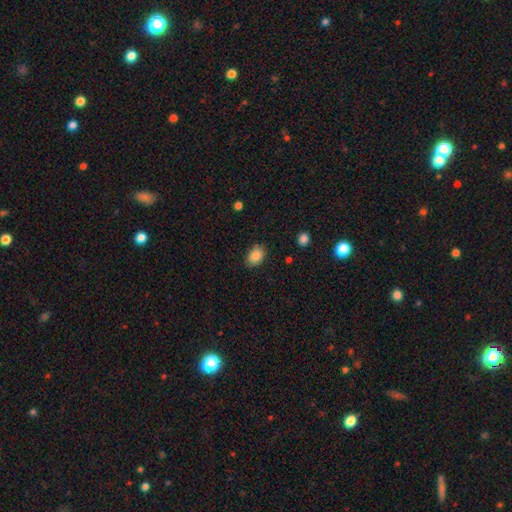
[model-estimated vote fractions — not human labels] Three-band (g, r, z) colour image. It shows a smooth galaxy with no disk features (87%) that is in between round and cigar-shaped (77%). Merging: none (84%).